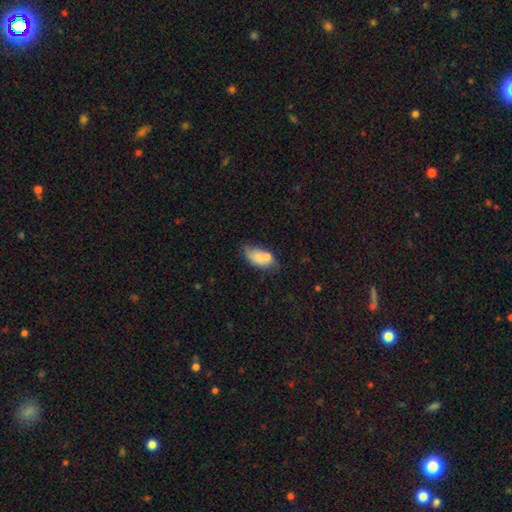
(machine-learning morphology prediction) This appears to be a smooth galaxy with no disk features (74%) that is in between round and cigar-shaped (90%). Merging: none (44%).